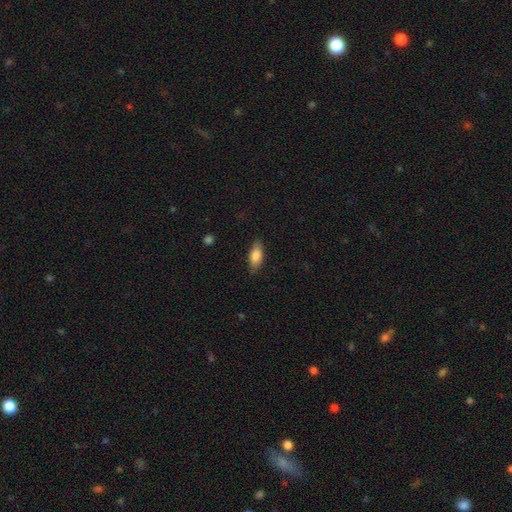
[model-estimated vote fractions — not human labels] smooth_or_featured: smooth (p=0.81) [alt: featured or disk p=0.12]
how_rounded: in between (p=0.82) [alt: cigar-shaped p=0.16]
merging: none (p=0.82) [alt: minor disturbance p=0.14]